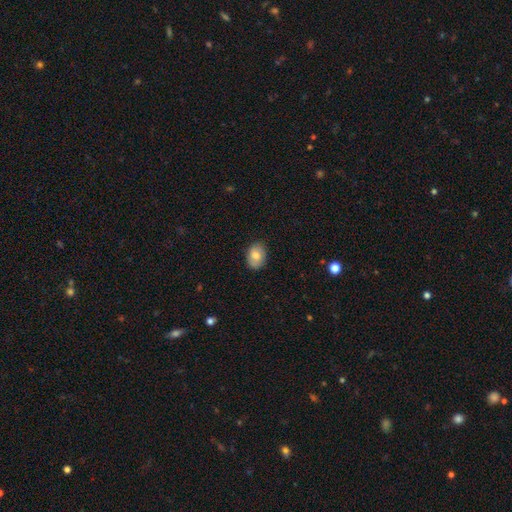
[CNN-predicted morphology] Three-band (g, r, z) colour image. It shows a smooth galaxy with no disk features (82%) that is in between round and cigar-shaped (78%). Merging: none (84%).